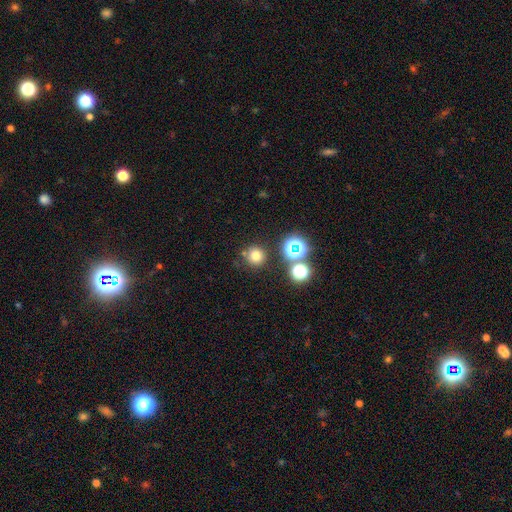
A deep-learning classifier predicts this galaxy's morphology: Smooth or featured: smooth — 72% (star or artifact — 21%)
How rounded: round — 94% (in between — 5%)
Merging: none — 80% (minor disturbance — 8%)